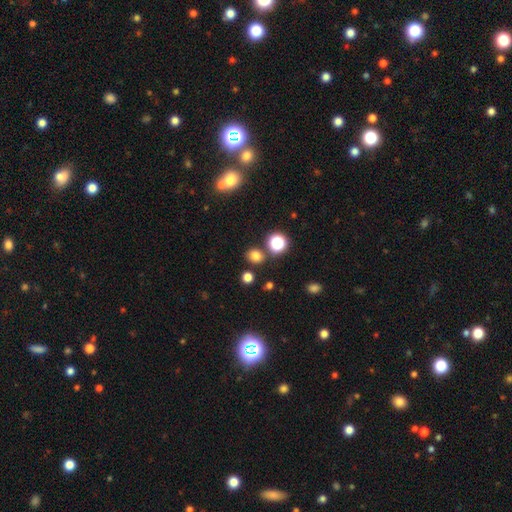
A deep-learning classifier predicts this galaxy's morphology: A smooth galaxy with no disk features (76%) that is round (73%). Merging: none (81%).